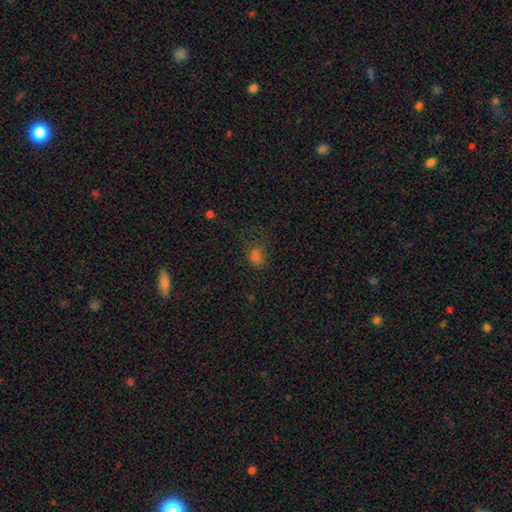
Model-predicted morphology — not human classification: This appears to be a smooth galaxy with no disk features (68%) that is in between round and cigar-shaped (57%). Merging: none (56%).